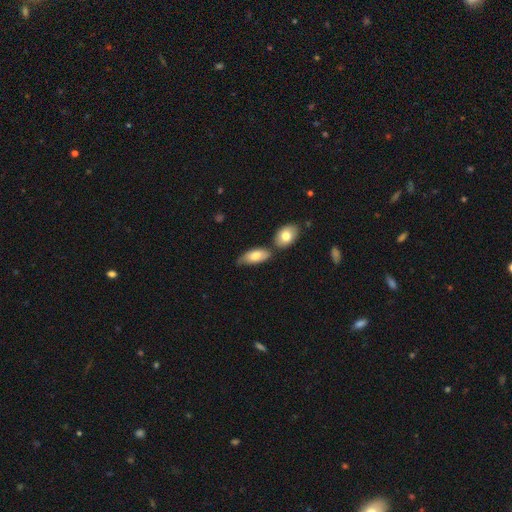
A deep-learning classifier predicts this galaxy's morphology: Q: Smooth or featured?
A: smooth (75%); runner-up: featured or disk (19%)
Q: How rounded?
A: in between (88%); runner-up: cigar-shaped (9%)
Q: Merging?
A: none (50%); runner-up: minor disturbance (23%)